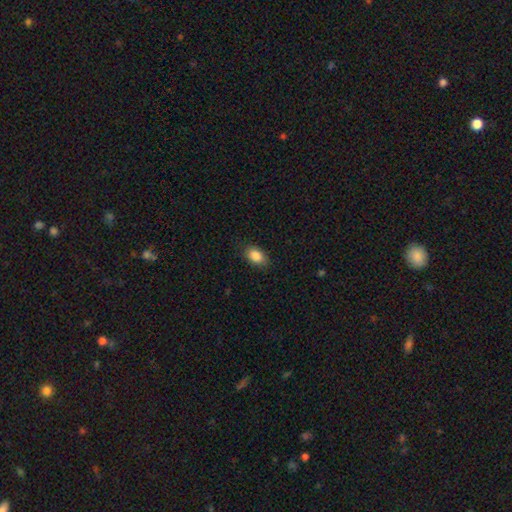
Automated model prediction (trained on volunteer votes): smooth-or-featured: smooth: 88% | star or artifact: 8% | featured or disk: 5%
  how-rounded: in between: 87% | round: 11% | cigar-shaped: 2%
  merging: none: 85% | minor disturbance: 12% | major disturbance: 3% | merger: 1%